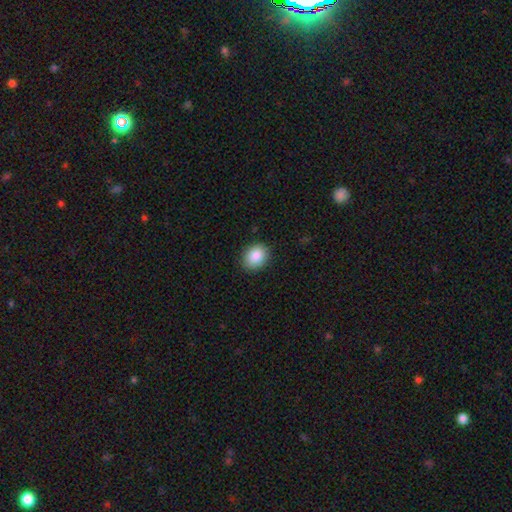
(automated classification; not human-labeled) This appears to be a smooth galaxy with no disk features (88%) that is in between round and cigar-shaped (52%). Merging: none (87%).